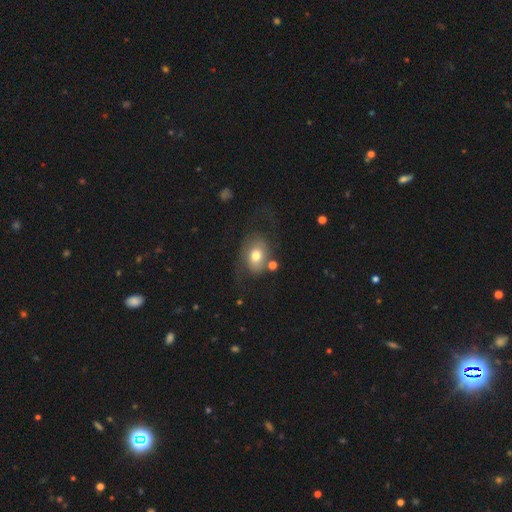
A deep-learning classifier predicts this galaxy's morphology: This appears to be a smooth galaxy with no disk features (59%) that is in between round and cigar-shaped (63%). Merging: none (47%).